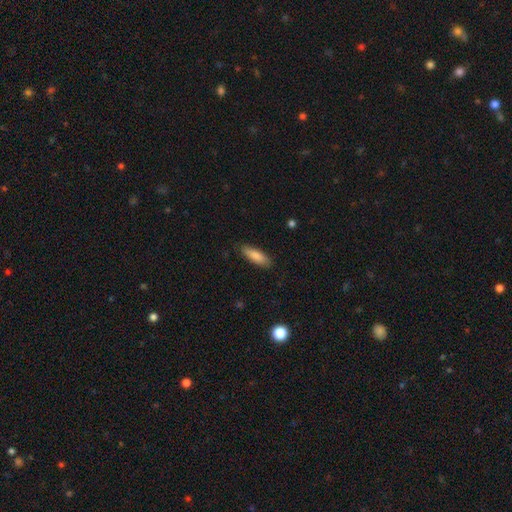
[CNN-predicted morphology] smooth_or_featured: smooth (p=0.85) [alt: featured or disk p=0.09]
how_rounded: cigar-shaped (p=0.52) [alt: in between p=0.47]
merging: none (p=0.86) [alt: minor disturbance p=0.11]